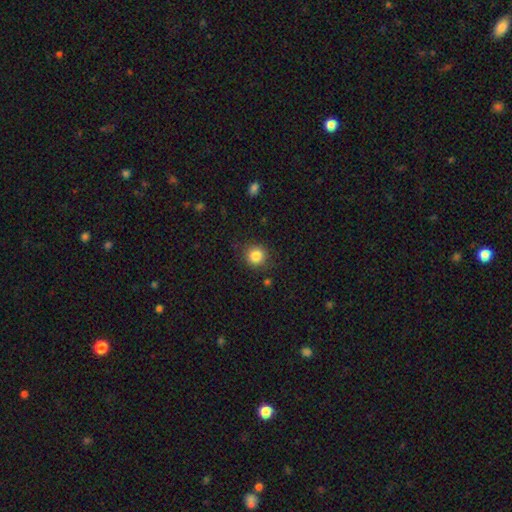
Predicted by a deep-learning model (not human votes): A smooth galaxy with no disk features (85%) that is round (91%). Merging: none (86%).